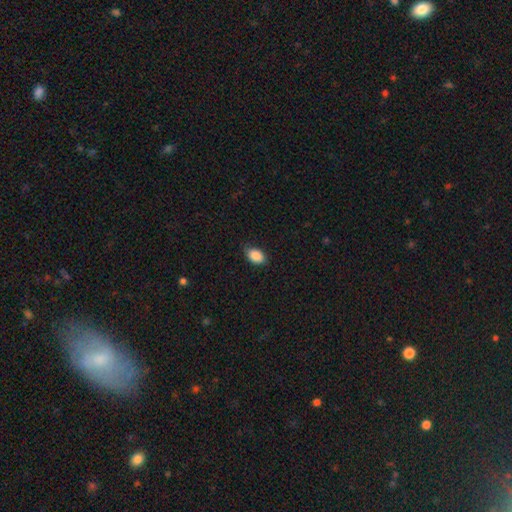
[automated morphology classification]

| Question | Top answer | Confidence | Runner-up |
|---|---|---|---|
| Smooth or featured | smooth | 89% | star or artifact (7%) |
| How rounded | in between | 89% | round (9%) |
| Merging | none | 77% | minor disturbance (19%) |